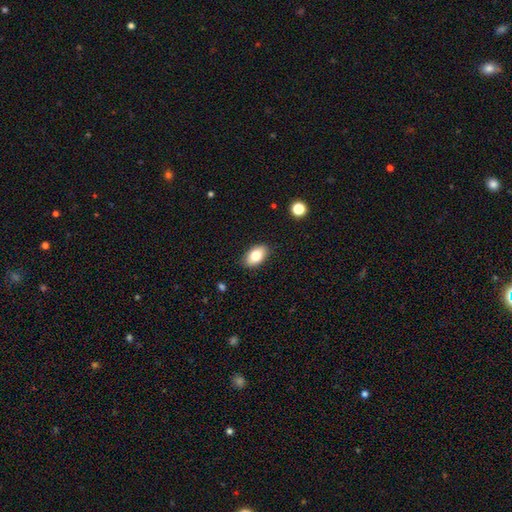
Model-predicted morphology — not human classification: Overall: smooth (81%). How rounded: in between (92%). Merging: none (87%).